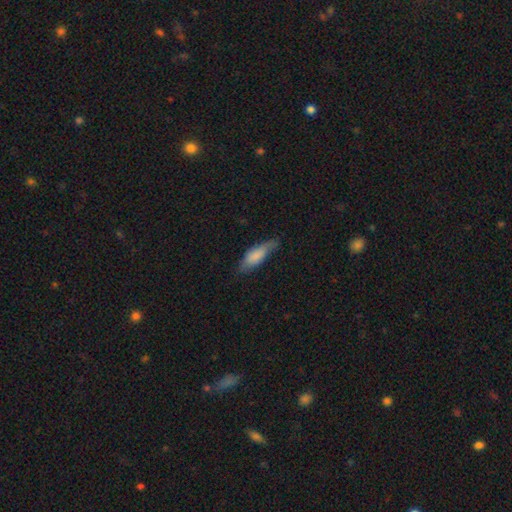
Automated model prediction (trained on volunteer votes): The model was most divided on "merging": none: 54%, minor disturbance: 34%, major disturbance: 9%, merger: 2%. More confident: smooth or featured — smooth (78%); how rounded — in between (62%).